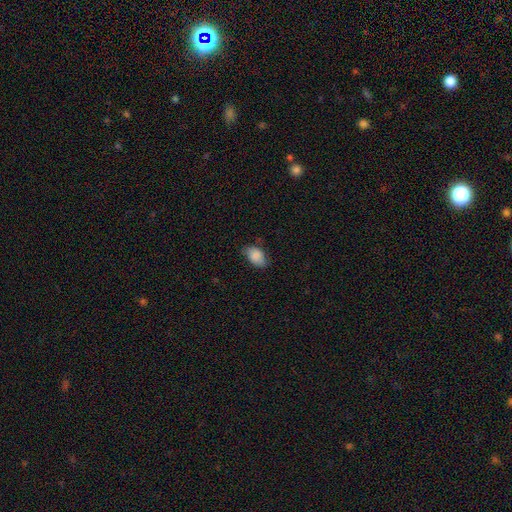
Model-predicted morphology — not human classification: A smooth galaxy with no disk features (80%) that is in between round and cigar-shaped (90%).

Vote fractions:
- Smooth or featured? smooth: 80% / featured or disk: 12% / star or artifact: 7%
- How rounded? in between: 90% / round: 8% / cigar-shaped: 1%
- Merging? none: 71% / minor disturbance: 24% / major disturbance: 4% / merger: 1%